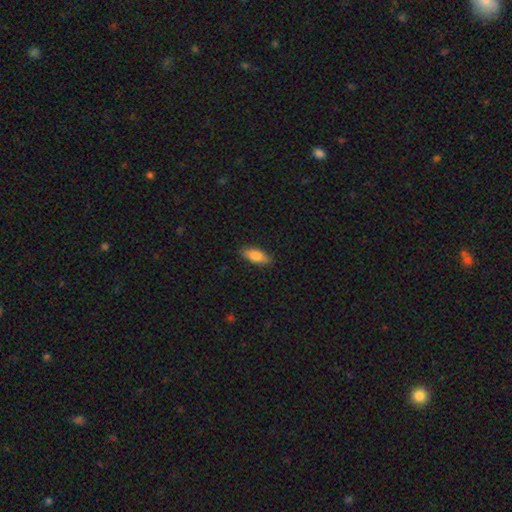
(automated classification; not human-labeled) Overall: smooth (84%). How rounded: in between (74%). Merging: none (86%).